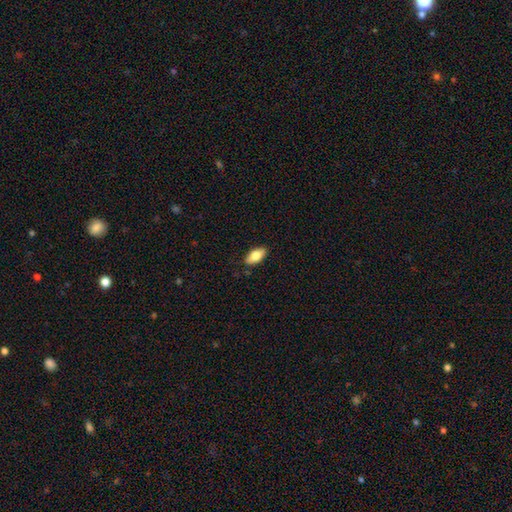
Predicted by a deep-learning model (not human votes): Morphology: type=smooth (79%); roundness=in between (89%); merging=none (86%).